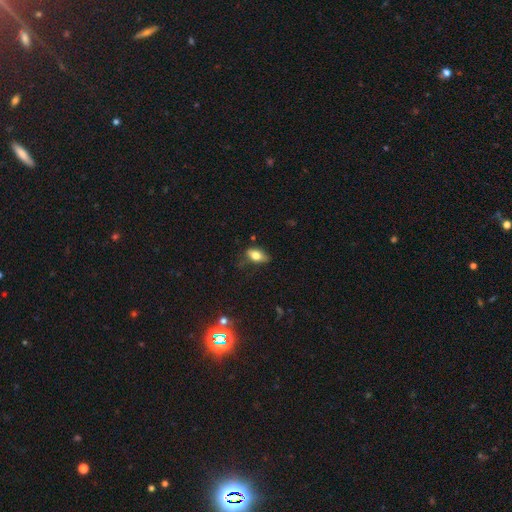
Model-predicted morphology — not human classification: Smooth or featured?
  - smooth: 74% *
  - featured or disk: 17%
  - star or artifact: 9%
How rounded?
  - in between: 86% *
  - cigar-shaped: 7%
  - round: 7%
Merging?
  - none: 56% *
  - minor disturbance: 31%
  - major disturbance: 10%
  - merger: 3%